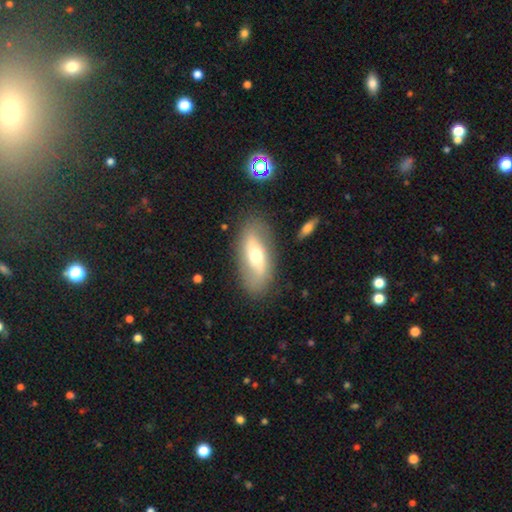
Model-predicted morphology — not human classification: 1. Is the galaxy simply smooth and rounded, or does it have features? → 50% featured or disk, 42% smooth, 8% star or artifact.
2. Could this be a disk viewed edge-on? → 80% no, 20% yes.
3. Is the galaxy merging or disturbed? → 80% none, 13% minor disturbance, 4% major disturbance, 2% merger.